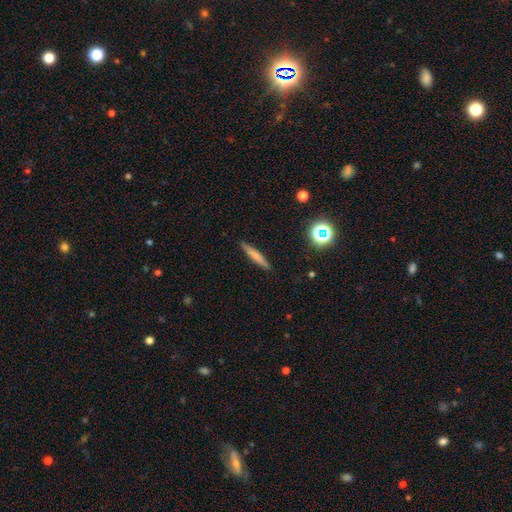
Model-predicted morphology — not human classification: smooth_or_featured: smooth (p=0.65) [alt: featured or disk p=0.27]
how_rounded: cigar-shaped (p=0.93) [alt: in between p=0.06]
merging: none (p=0.90) [alt: minor disturbance p=0.07]